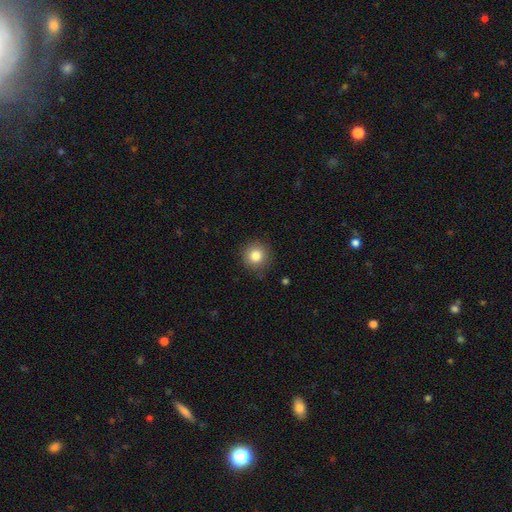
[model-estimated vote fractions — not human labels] This appears to be a smooth galaxy with no disk features (82%) that is round (94%). Merging: none (87%).